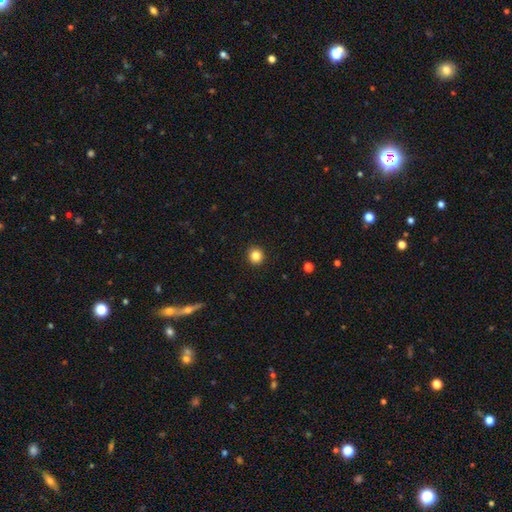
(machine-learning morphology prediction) A smooth galaxy with no disk features (84%) that is round (93%). Merging: none (93%).